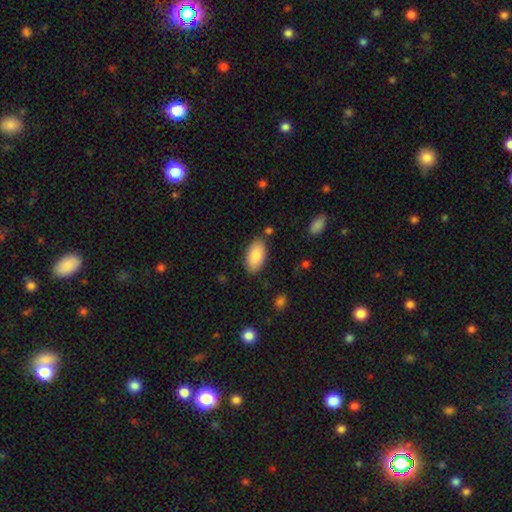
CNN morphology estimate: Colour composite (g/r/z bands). It shows a smooth galaxy with no disk features (88%) that is in between round and cigar-shaped (95%). Merging: none (82%).